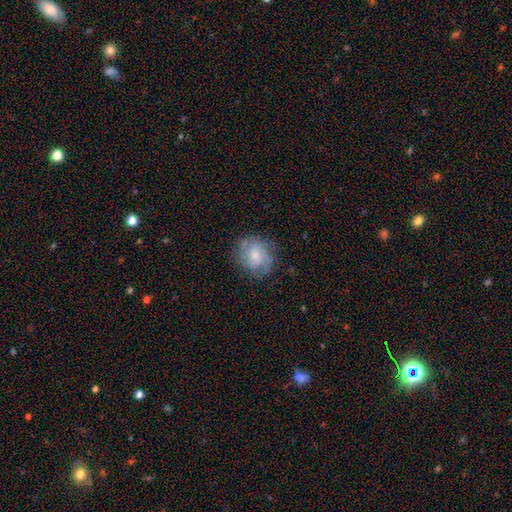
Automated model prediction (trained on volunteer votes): featured or disk 52%, smooth 40%, star or artifact 8%. Down the decision tree: edge-on disk — no (97%); bar — no (69%); spiral arms — yes (79%); bulge size — moderate (45%); merging — none (72%).